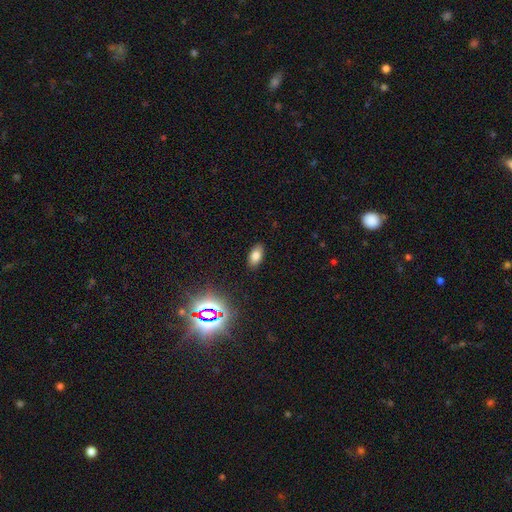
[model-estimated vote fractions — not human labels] Overall: smooth (76%). How rounded: in between (91%). Merging: none (88%).